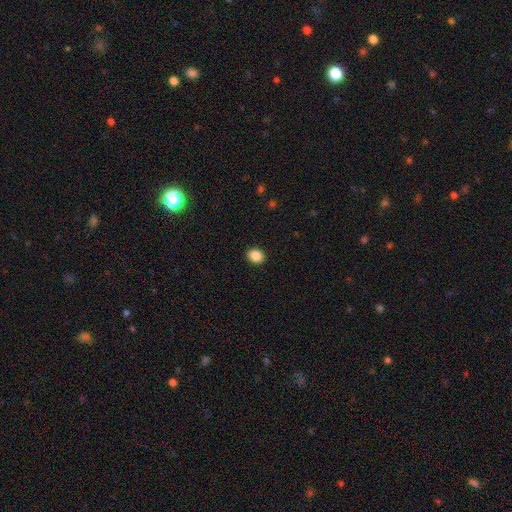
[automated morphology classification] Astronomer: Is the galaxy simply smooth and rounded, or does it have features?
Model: smooth — 88%.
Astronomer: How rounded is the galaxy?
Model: round — 56% (runner-up: in between, 44%).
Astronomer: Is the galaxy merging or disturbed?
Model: none — 91%.